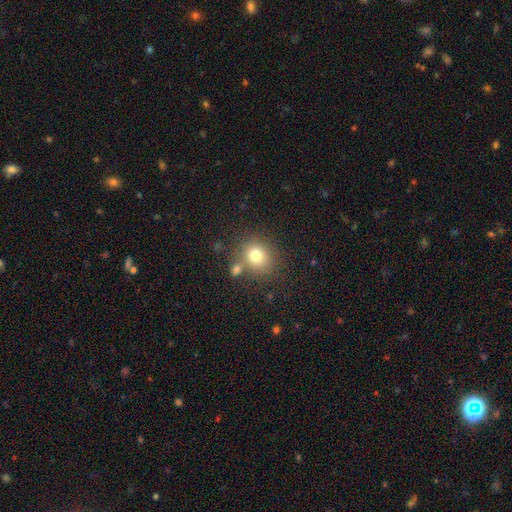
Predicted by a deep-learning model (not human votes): smooth-or-featured: smooth: 76% | star or artifact: 13% | featured or disk: 10%
  how-rounded: round: 79% | in between: 20% | cigar-shaped: 1%
  merging: none: 69% | merger: 16% | minor disturbance: 11% | major disturbance: 4%